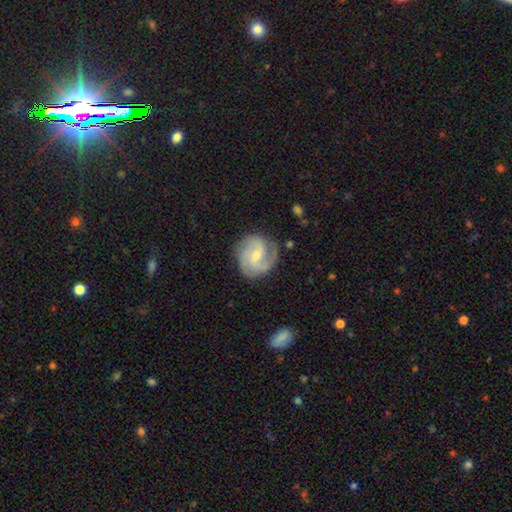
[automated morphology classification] The model was most divided on "spiral arm count": 3: 41%, 2: 35%, can't tell: 11%, 4: 5%, 1: 4%, more than 4: 4%. Remaining: edge-on disk — no (98%); spiral arms — yes (97%); smooth or featured — featured or disk (85%); merging — none (76%); bulge size — small (57%); bar — weak (52%); spiral winding — medium (48%).